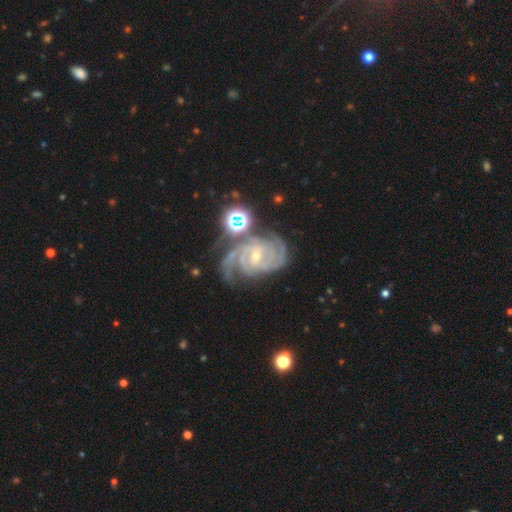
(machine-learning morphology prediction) This appears to be a featured or disk galaxy (90%) with no bar (51%), 3 (32%) tight (69%) spiral arms (99%) and a small central bulge (73%). Merging: none (59%).